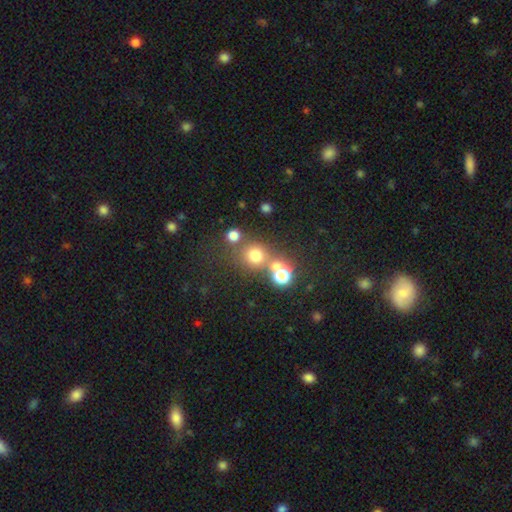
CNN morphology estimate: Smooth or featured? smooth (68%)
How rounded? round (88%)
Merging? none (64%)